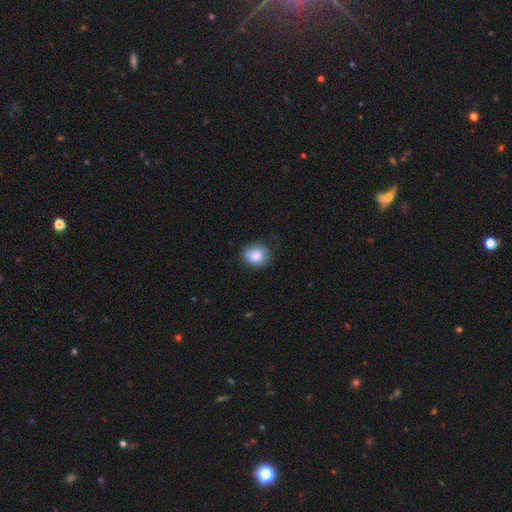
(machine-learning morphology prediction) This appears to be a smooth galaxy with no disk features (85%) that is round (65%). Merging: none (74%).